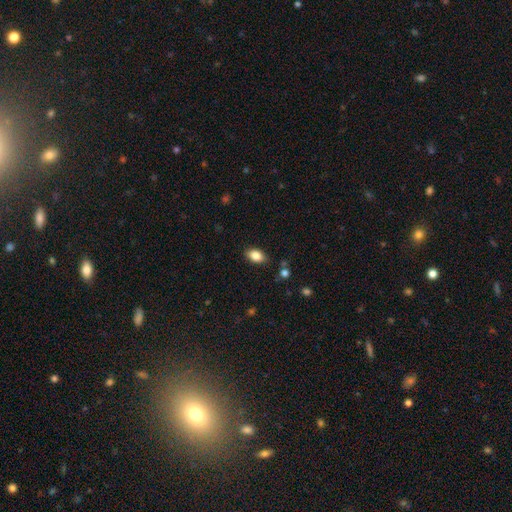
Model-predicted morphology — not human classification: This is clearly a smooth galaxy (84%). How rounded: clearly in between (88%). Merging: clearly none (85%).